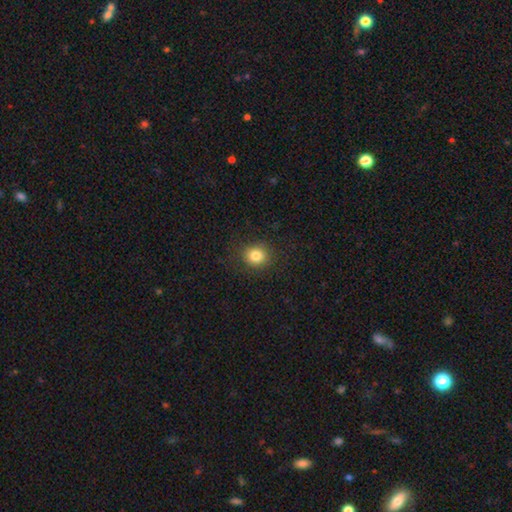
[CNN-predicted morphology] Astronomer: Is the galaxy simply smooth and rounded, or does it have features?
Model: smooth — 82%.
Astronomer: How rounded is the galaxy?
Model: round — 84%.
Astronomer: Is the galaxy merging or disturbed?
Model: none — 88%.